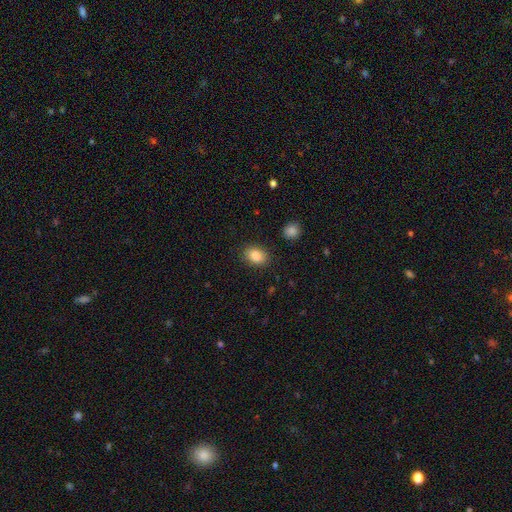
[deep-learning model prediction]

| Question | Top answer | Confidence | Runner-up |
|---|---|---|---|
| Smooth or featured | smooth | 86% | star or artifact (8%) |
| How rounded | in between | 72% | round (27%) |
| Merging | none | 88% | minor disturbance (8%) |